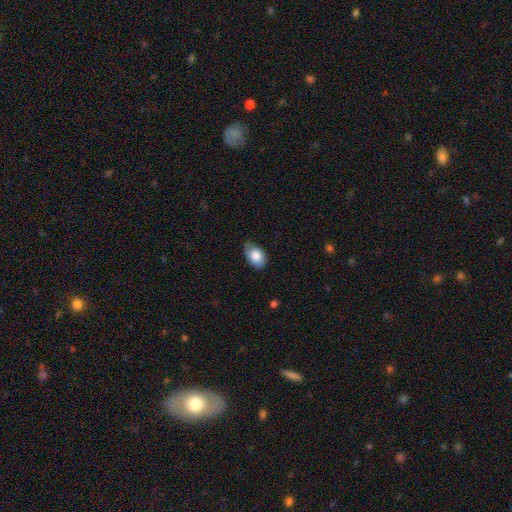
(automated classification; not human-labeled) Overall: smooth (84%). How rounded: in between (87%). Merging: none (66%; minor disturbance 29%).